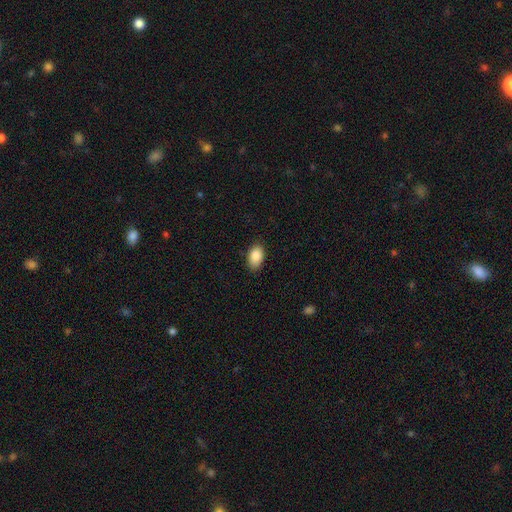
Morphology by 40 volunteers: Smooth or featured? smooth (92%)
How rounded? in between (89%)
Merging? none (79%)